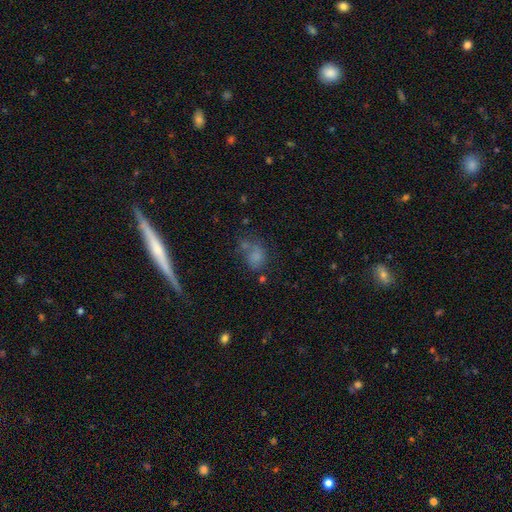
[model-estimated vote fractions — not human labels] Smooth or featured? smooth (71%)
How rounded? in between (59%)
Merging? none (43%)